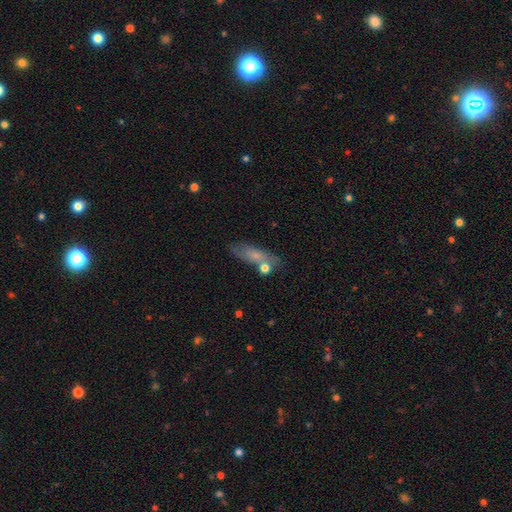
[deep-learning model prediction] The model was most divided on "how rounded": cigar-shaped: 49%, in between: 46%, round: 5%. More confident: smooth or featured — smooth (64%); merging — none (63%).